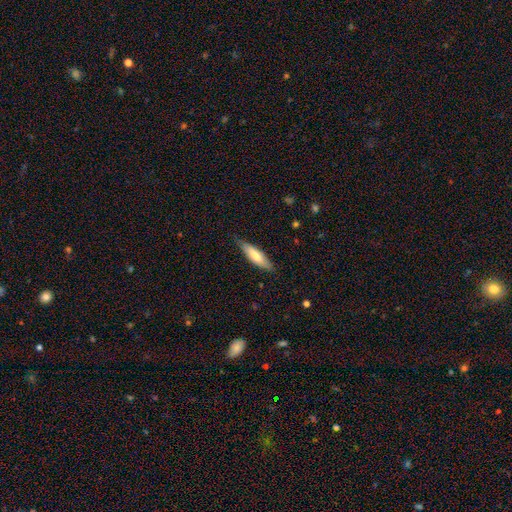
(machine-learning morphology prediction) Smooth or featured? Predicted: smooth (p=0.69). How rounded? Predicted: cigar-shaped (p=0.58). Merging? Predicted: none (p=0.77).